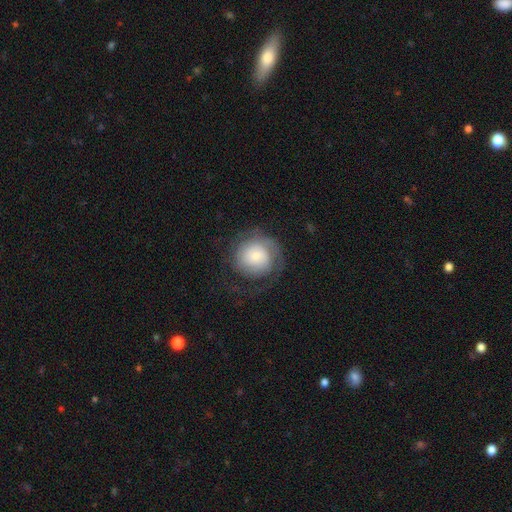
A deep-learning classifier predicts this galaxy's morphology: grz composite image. It shows a featured or disk galaxy (53%) with no bar (76%), spiral arms (86%) and a small central bulge (37%). Merging: none (59%).